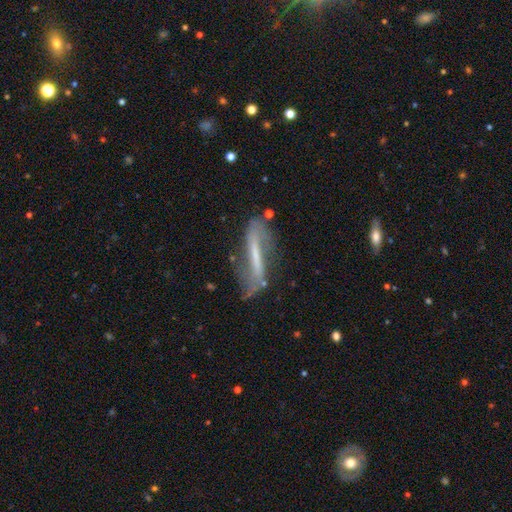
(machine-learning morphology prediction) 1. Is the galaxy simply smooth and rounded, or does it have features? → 60% featured or disk, 30% smooth, 9% star or artifact.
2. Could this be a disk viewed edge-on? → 56% no, 44% yes.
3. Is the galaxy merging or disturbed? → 55% none, 26% minor disturbance, 15% major disturbance, 4% merger.